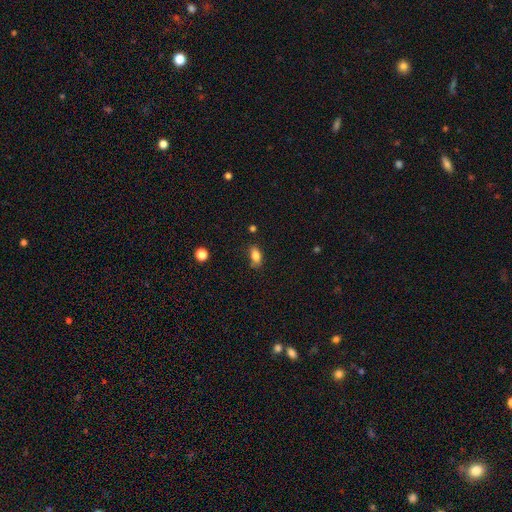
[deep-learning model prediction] Smooth or featured?
  - smooth: 84% *
  - star or artifact: 9%
  - featured or disk: 7%
How rounded?
  - in between: 87% *
  - round: 7%
  - cigar-shaped: 6%
Merging?
  - none: 71% *
  - minor disturbance: 21%
  - major disturbance: 5%
  - merger: 3%